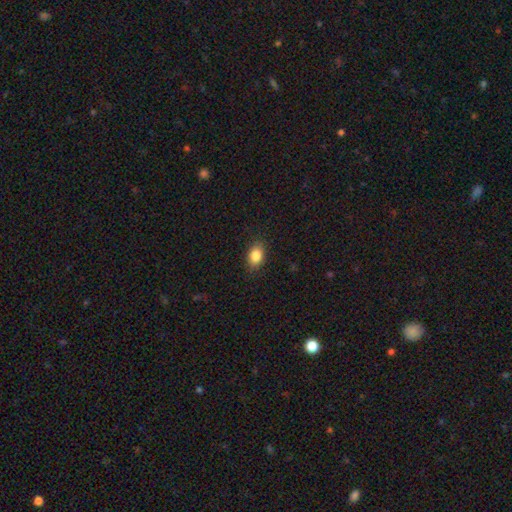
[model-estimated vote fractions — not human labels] Smooth or featured? Predicted: smooth (p=0.86). How rounded? Predicted: in between (p=0.83). Merging? Predicted: none (p=0.86).